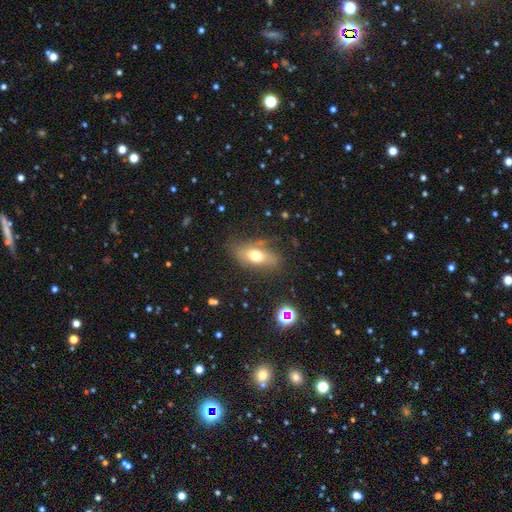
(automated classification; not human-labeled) The model was most divided on "smooth or featured": smooth: 62%, featured or disk: 27%, star or artifact: 11%. More confident: how rounded — in between (83%); merging — none (65%).